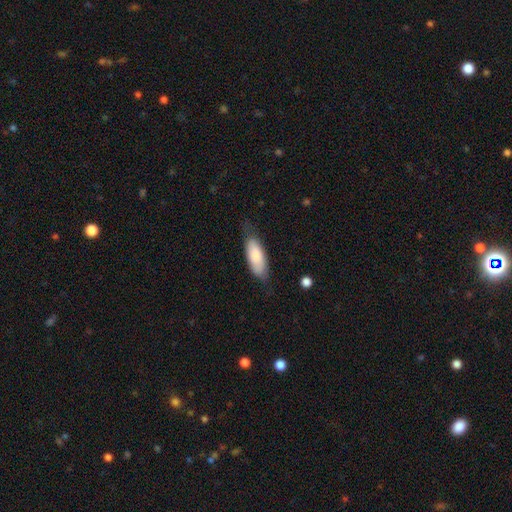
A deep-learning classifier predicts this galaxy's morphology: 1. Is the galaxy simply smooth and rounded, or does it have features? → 80% smooth, 15% featured or disk, 6% star or artifact.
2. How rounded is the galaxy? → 78% in between, 20% cigar-shaped, 2% round.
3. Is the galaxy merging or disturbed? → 65% none, 26% minor disturbance, 7% major disturbance, 1% merger.